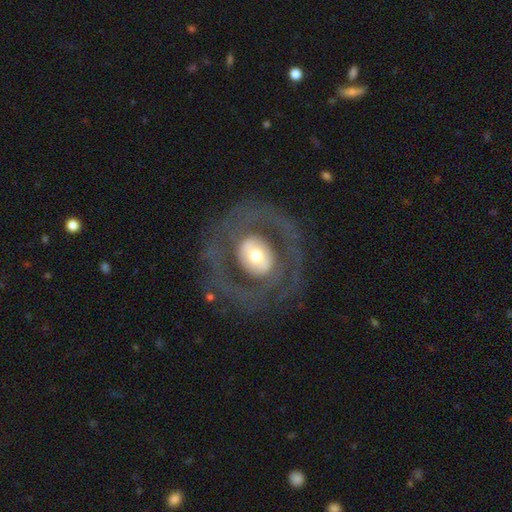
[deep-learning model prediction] smooth_or_featured: featured or disk (p=0.75) [alt: smooth p=0.19]
disk_edge_on: no (p=0.95) [alt: yes p=0.05]
bar: no (p=0.51) [alt: weak p=0.29]
has_spiral_arms: yes (p=0.62) [alt: no p=0.38]
bulge_size: moderate (p=0.52) [alt: large p=0.23]
merging: none (p=0.73) [alt: major disturbance p=0.14]